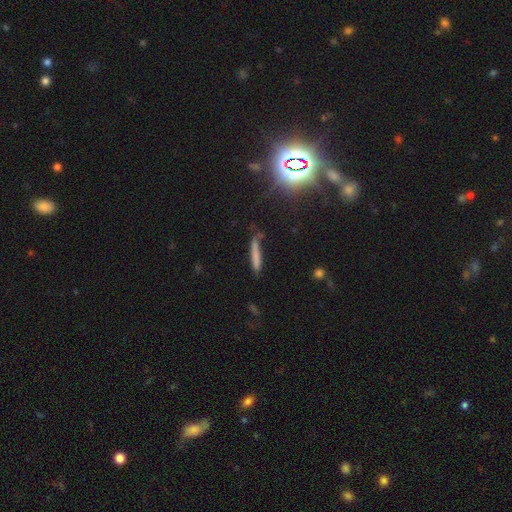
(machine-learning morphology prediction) The model was most divided on "merging": none: 63%, minor disturbance: 24%, major disturbance: 8%, merger: 5%. More confident: how rounded — cigar-shaped (92%); smooth or featured — smooth (73%).